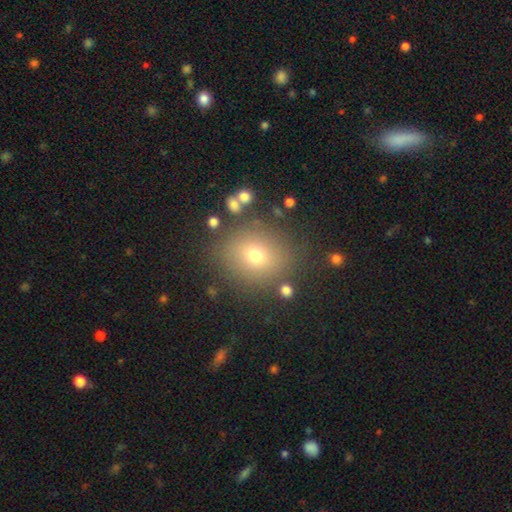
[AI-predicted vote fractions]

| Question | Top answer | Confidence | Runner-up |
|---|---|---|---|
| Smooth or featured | smooth | 68% | star or artifact (18%) |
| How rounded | round | 72% | in between (27%) |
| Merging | none | 83% | minor disturbance (9%) |